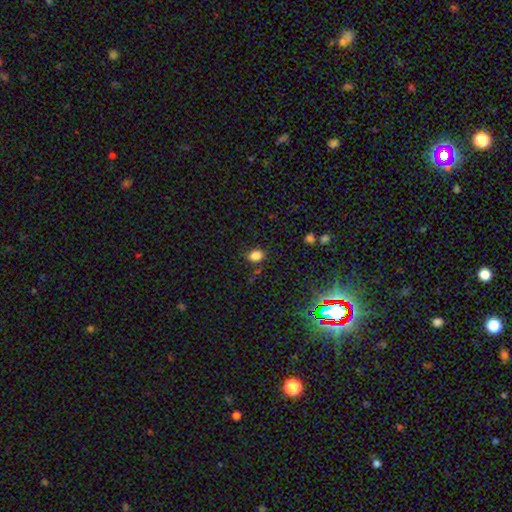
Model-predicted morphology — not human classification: Smooth or featured?
  - smooth: 82% *
  - star or artifact: 13%
  - featured or disk: 5%
How rounded?
  - in between: 66% *
  - round: 33%
  - cigar-shaped: 1%
Merging?
  - none: 77% *
  - minor disturbance: 16%
  - major disturbance: 4%
  - merger: 3%